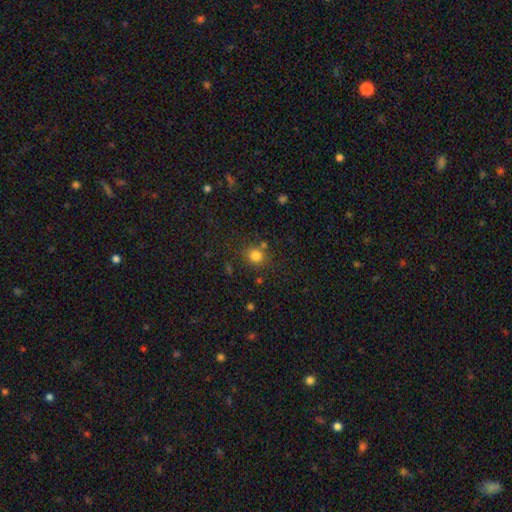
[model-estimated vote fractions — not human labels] A smooth galaxy with no disk features (80%) that is round (82%).

Vote fractions:
- Smooth or featured? smooth: 80% / star or artifact: 14% / featured or disk: 6%
- How rounded? round: 82% / in between: 18% / cigar-shaped: 1%
- Merging? none: 75% / minor disturbance: 11% / merger: 9% / major disturbance: 4%